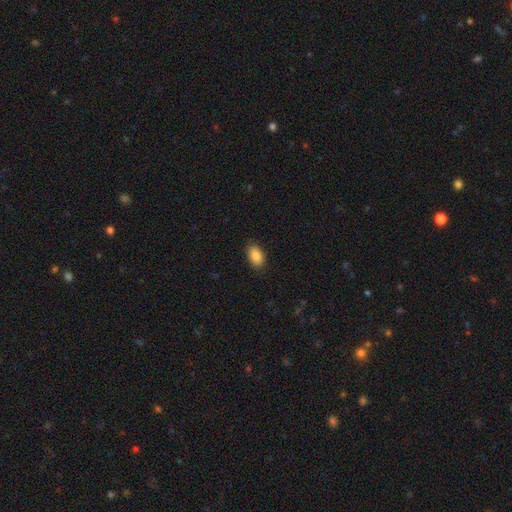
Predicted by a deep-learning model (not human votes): Smooth or featured? Predicted: smooth (p=0.87). How rounded? Predicted: in between (p=0.92). Merging? Predicted: none (p=0.87).